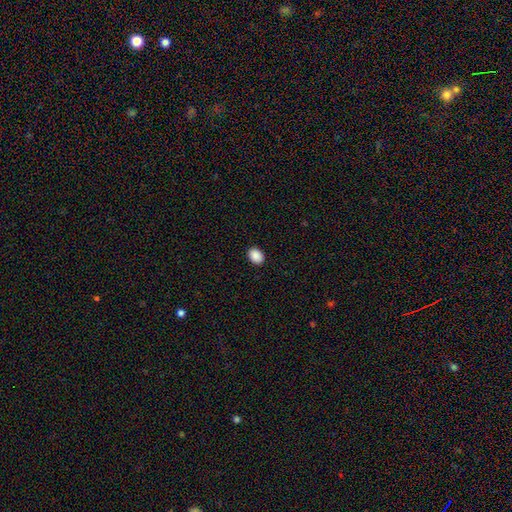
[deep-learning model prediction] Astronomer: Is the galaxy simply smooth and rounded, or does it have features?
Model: smooth — 90%.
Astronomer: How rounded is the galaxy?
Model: in between — 72%.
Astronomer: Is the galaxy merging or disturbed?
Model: none — 91%.